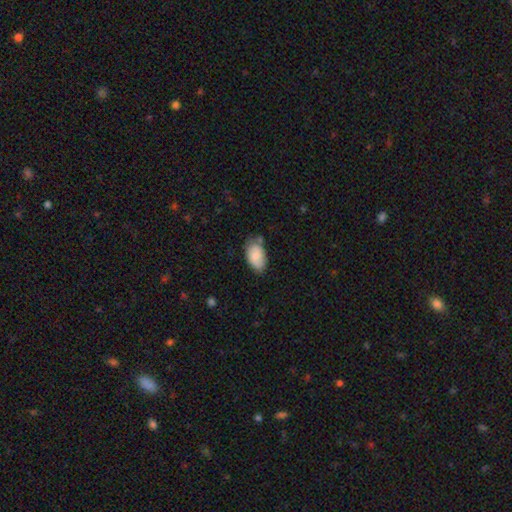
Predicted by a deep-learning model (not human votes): Smooth or featured? Predicted: smooth (p=0.80). How rounded? Predicted: in between (p=0.94). Merging? Predicted: none (p=0.64).